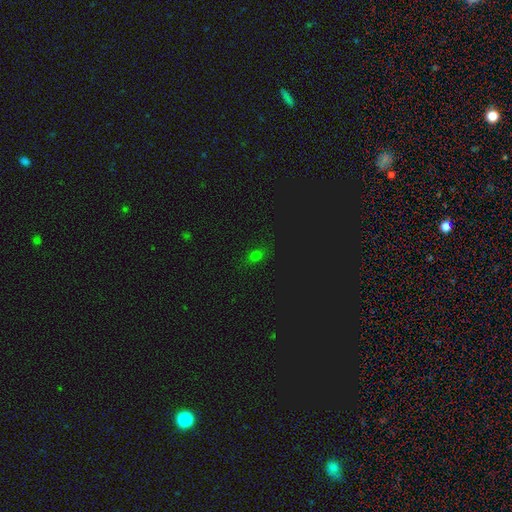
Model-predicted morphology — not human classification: type=smooth (62%); roundness=in between (62%); merging=none (84%).